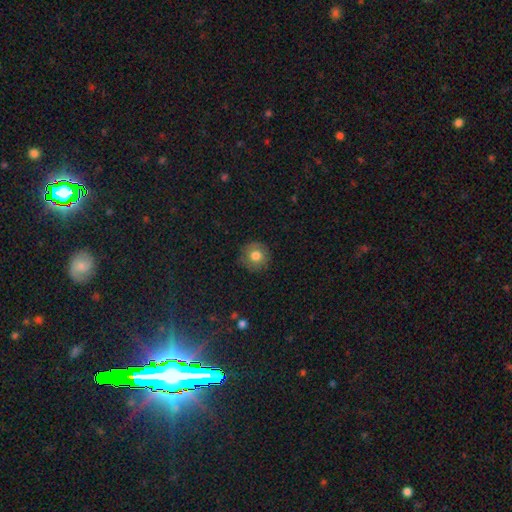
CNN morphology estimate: Smooth or featured? Predicted: smooth (p=0.74). How rounded? Predicted: round (p=0.92). Merging? Predicted: none (p=0.83).